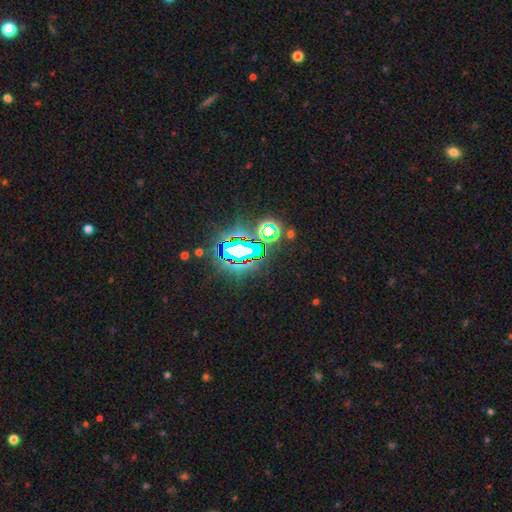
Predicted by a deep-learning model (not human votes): Q: Smooth or featured?
A: star or artifact (79%); runner-up: smooth (12%)